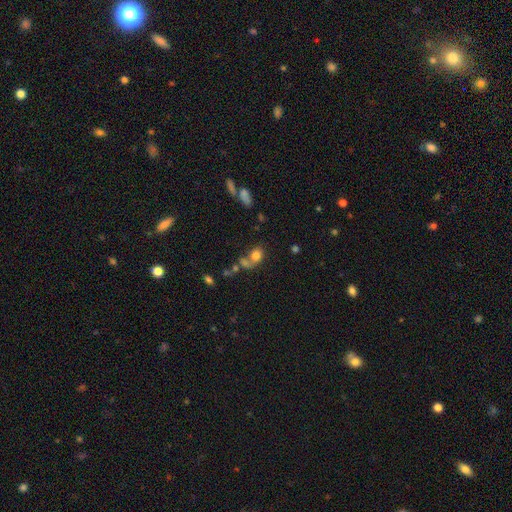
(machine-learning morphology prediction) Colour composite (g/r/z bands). It shows a smooth galaxy with no disk features (76%) that is in between round and cigar-shaped (50%). Merging: none (41%).